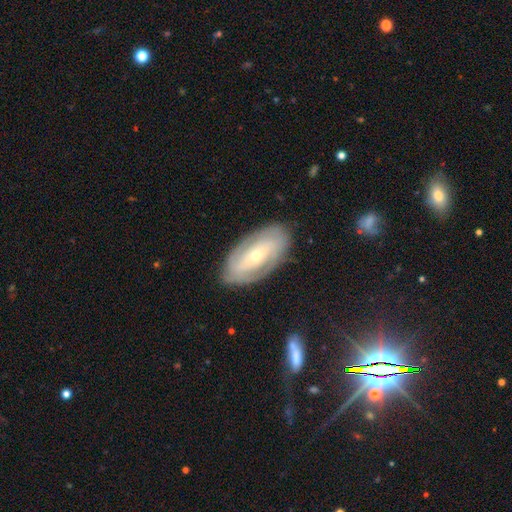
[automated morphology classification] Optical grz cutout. It shows a featured or disk galaxy (70%) with no bar (54%), spiral arms (66%) and a small central bulge (69%). Merging: none (81%).